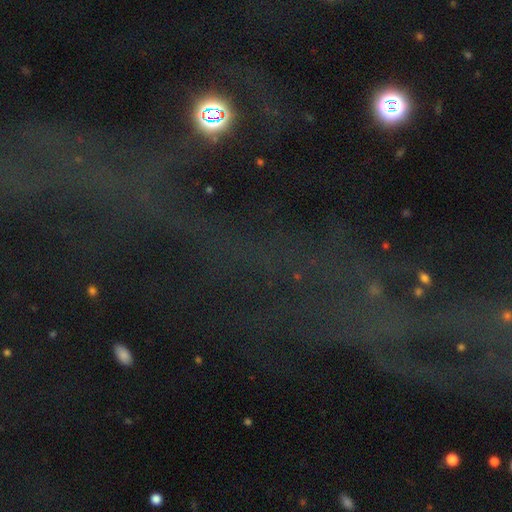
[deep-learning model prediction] smooth-or-featured: star or artifact: 65% | featured or disk: 19% | smooth: 16%